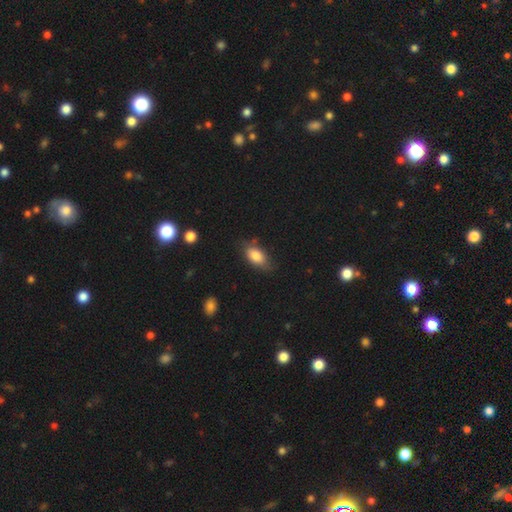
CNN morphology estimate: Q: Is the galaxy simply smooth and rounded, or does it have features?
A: smooth — 82%.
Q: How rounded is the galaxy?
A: in between — 90%.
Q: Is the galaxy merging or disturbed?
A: none — 71%.